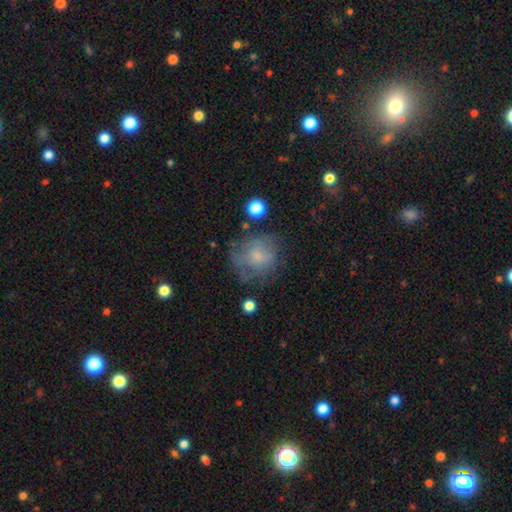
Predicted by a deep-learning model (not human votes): The model was most divided on "smooth or featured": smooth: 58%, featured or disk: 30%, star or artifact: 12%. More confident: how rounded — round (81%); merging — none (58%).